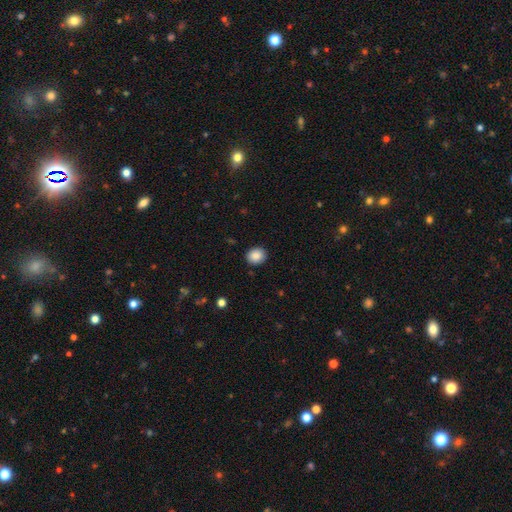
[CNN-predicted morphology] Smooth or featured? smooth (87%)
How rounded? round (76%)
Merging? none (90%)